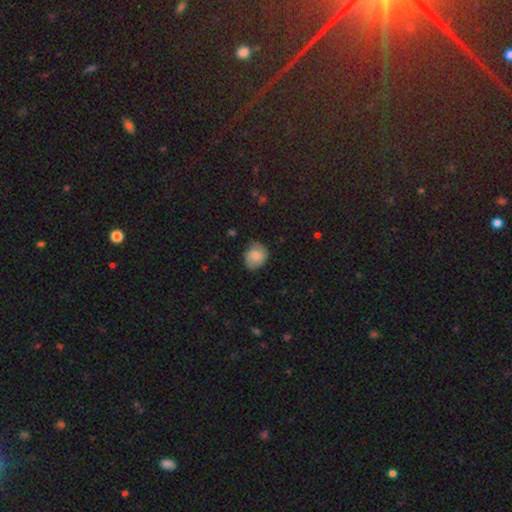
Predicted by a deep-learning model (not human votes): Smooth or featured? Predicted: smooth (p=0.79). How rounded? Predicted: round (p=0.70). Merging? Predicted: none (p=0.70).